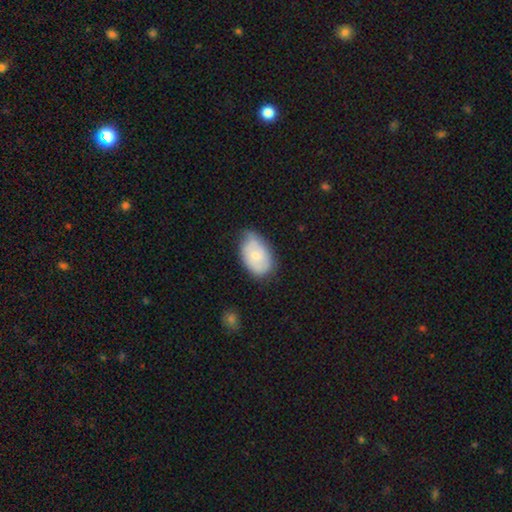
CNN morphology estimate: A smooth galaxy with no disk features (59%) that is in between round and cigar-shaped (88%). Merging: none (55%).